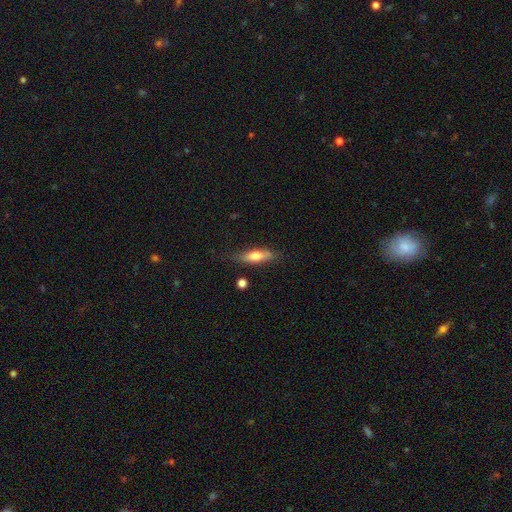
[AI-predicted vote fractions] smooth-or-featured: smooth: 64% | featured or disk: 29% | star or artifact: 6%
  how-rounded: cigar-shaped: 52% | in between: 45% | round: 3%
  merging: none: 73% | minor disturbance: 20% | major disturbance: 5% | merger: 3%